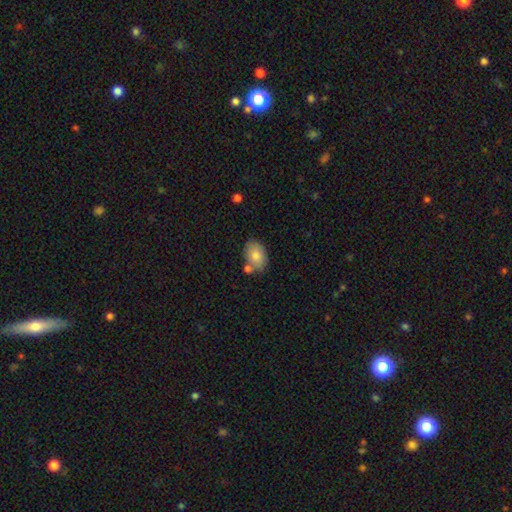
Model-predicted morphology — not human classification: Smooth or featured: smooth — 81% (featured or disk — 12%)
How rounded: in between — 84% (round — 14%)
Merging: none — 67% (minor disturbance — 16%)